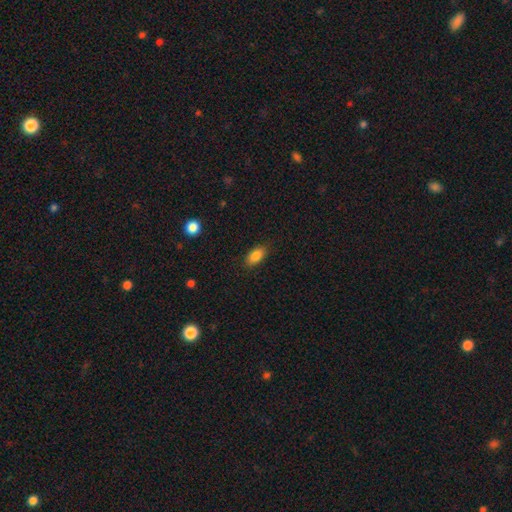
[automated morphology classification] Q: Smooth or featured?
A: smooth (86%); runner-up: star or artifact (8%)
Q: How rounded?
A: in between (89%); runner-up: cigar-shaped (6%)
Q: Merging?
A: none (86%); runner-up: minor disturbance (11%)